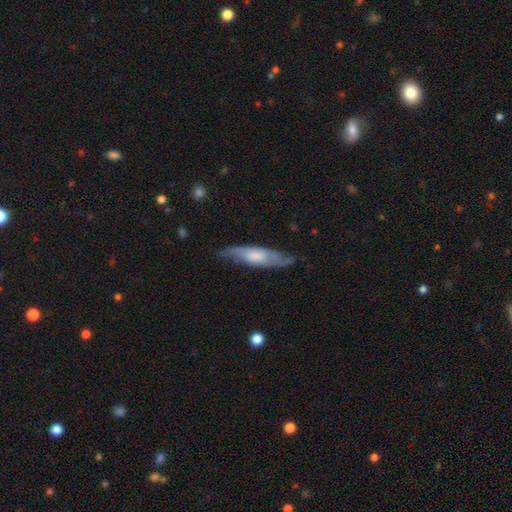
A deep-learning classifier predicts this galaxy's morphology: A featured or disk galaxy (59%). Merging: none (71%).